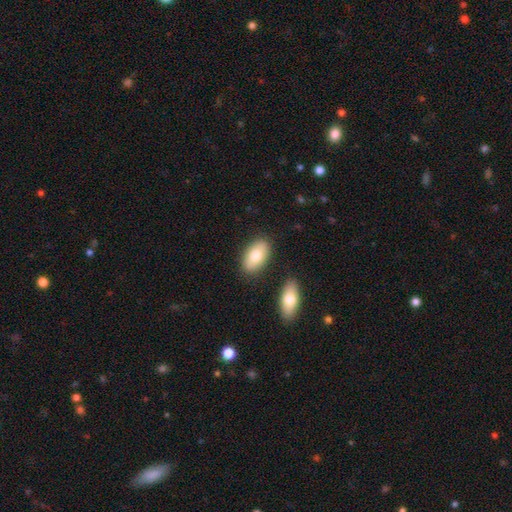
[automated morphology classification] type=smooth (77%); roundness=in between (94%); merging=none (81%).